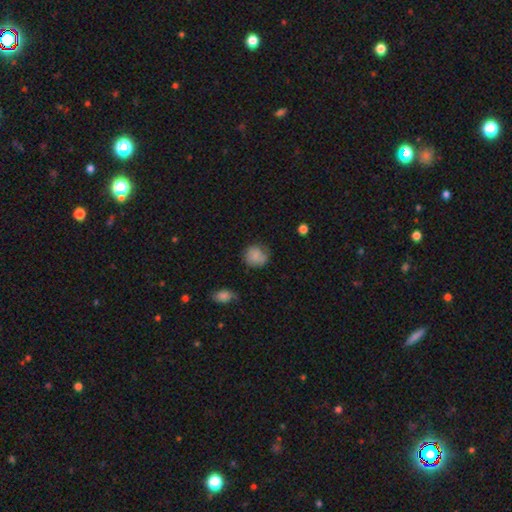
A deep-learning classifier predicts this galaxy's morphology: Smooth or featured? smooth (78%)
How rounded? round (82%)
Merging? none (63%)